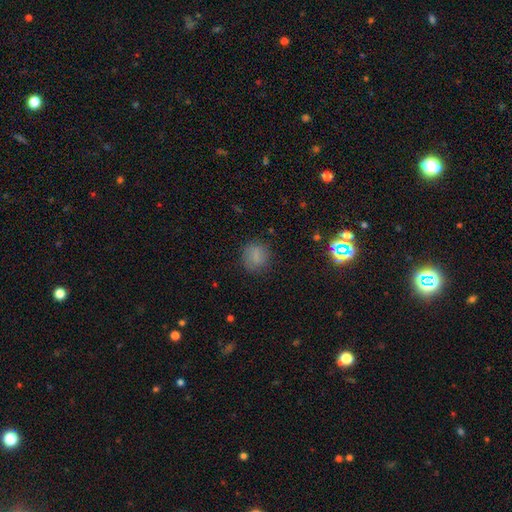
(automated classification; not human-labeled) This appears to be a smooth galaxy with no disk features (82%) that is round (85%). Merging: none (83%).